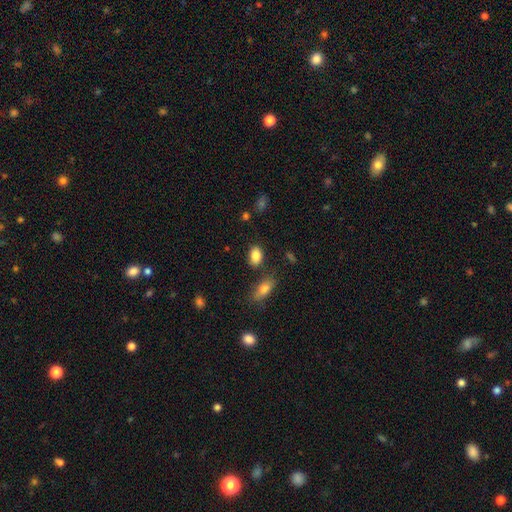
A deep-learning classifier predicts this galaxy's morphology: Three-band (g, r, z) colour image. It shows a smooth galaxy with no disk features (86%) that is in between round and cigar-shaped (87%). Merging: none (80%).